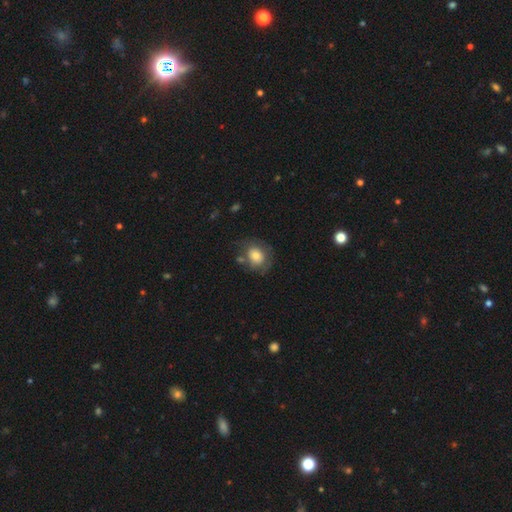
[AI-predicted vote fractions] smooth_or_featured: smooth (p=0.71) [alt: featured or disk p=0.21]
how_rounded: round (p=0.60) [alt: in between p=0.39]
merging: none (p=0.59) [alt: minor disturbance p=0.22]